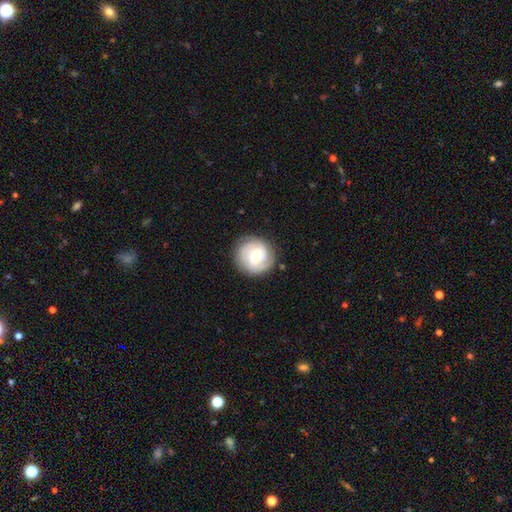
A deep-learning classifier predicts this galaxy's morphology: Smooth or featured?
  - featured or disk: 67% *
  - smooth: 27%
  - star or artifact: 6%
Edge-on disk?
  - no: 98% *
  - yes: 2%
Bar?
  - no: 57% *
  - weak: 35%
  - strong: 8%
Spiral arms?
  - yes: 91% *
  - no: 9%
Spiral winding?
  - tight: 62% *
  - medium: 29%
  - loose: 9%
Spiral arm count?
  - 2: 30% * (tied)
  - 3: 30% * (tied)
  - can't tell: 25%
  - 4: 6%
  - 1: 6%
  - more than 4: 4%
Bulge size?
  - moderate: 56% *
  - small: 36%
  - large: 6%
  - none: 1%
  - dominant: 1%
Merging?
  - none: 83% *
  - minor disturbance: 12%
  - major disturbance: 4%
  - merger: 1%